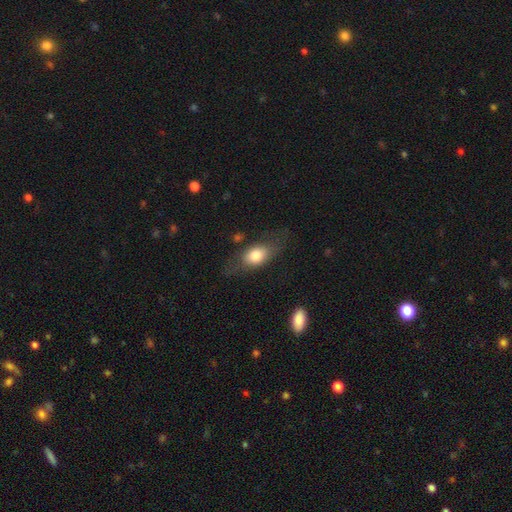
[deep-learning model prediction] Smooth or featured: smooth — 71% (featured or disk — 22%)
How rounded: in between — 75% (round — 15%)
Merging: none — 63% (minor disturbance — 22%)